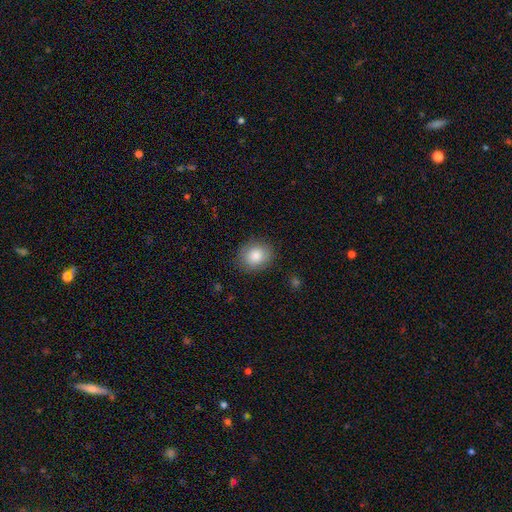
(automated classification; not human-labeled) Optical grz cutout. It shows a smooth galaxy with no disk features (84%) that is round (65%). Merging: none (85%).